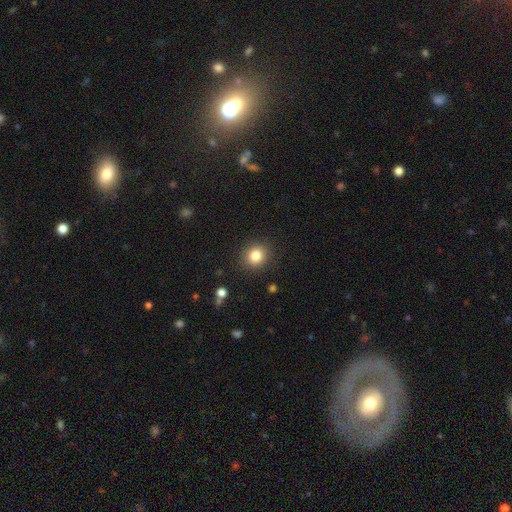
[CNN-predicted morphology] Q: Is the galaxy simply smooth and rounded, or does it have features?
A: smooth — 83%.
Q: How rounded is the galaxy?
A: round — 80%.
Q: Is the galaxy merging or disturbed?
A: none — 89%.